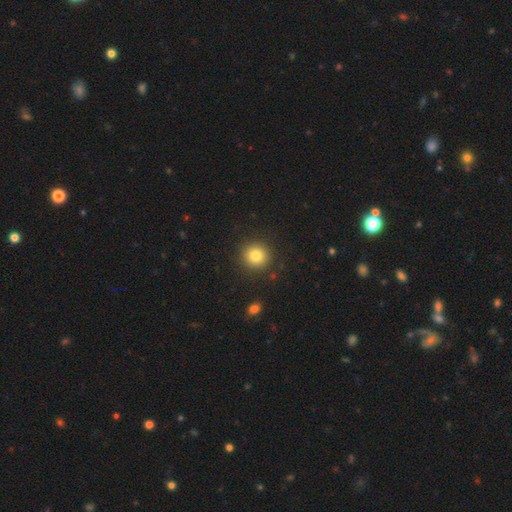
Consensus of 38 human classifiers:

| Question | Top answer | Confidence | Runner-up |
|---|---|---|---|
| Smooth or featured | smooth | 87% | featured or disk (11%) |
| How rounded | round | 94% | in between (6%) |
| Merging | none | 86% | minor disturbance (14%) |